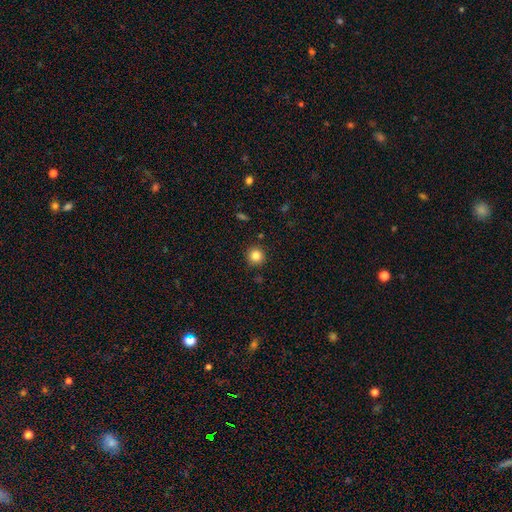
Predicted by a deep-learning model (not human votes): This appears to be a smooth galaxy with no disk features (84%) that is round (95%). Merging: none (91%).